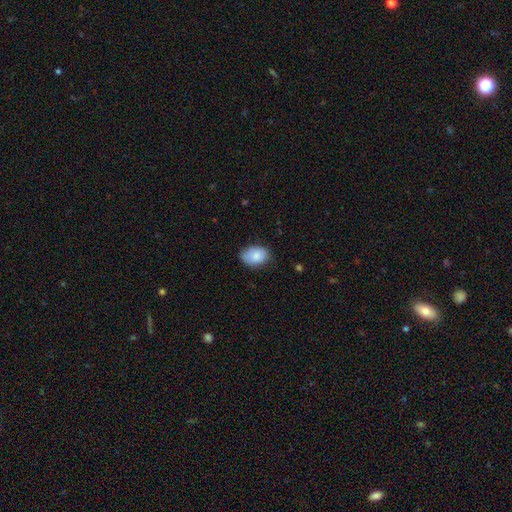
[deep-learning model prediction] smooth-or-featured: smooth: 84% | featured or disk: 9% | star or artifact: 7%
  how-rounded: in between: 82% | round: 16% | cigar-shaped: 1%
  merging: none: 69% | minor disturbance: 26% | major disturbance: 4% | merger: 1%